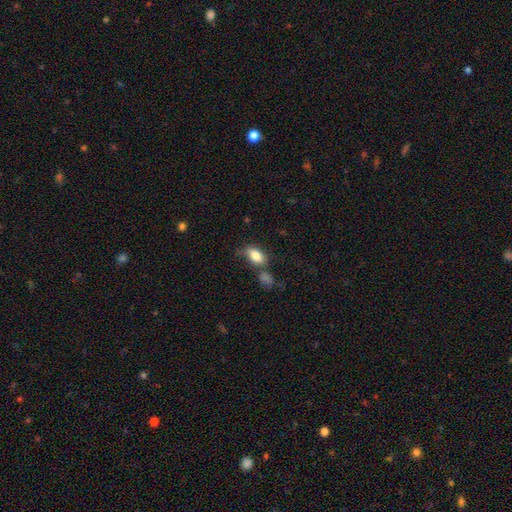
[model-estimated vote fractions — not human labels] smooth_or_featured: smooth (p=0.83) [alt: featured or disk p=0.10]
how_rounded: in between (p=0.88) [alt: round p=0.09]
merging: none (p=0.56) [alt: minor disturbance p=0.21]